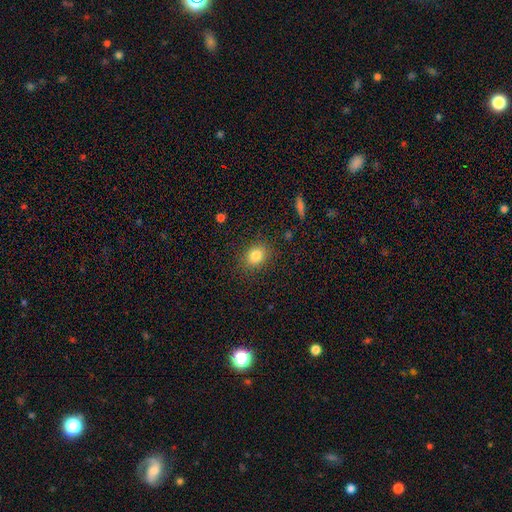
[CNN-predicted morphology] This is clearly a smooth galaxy (83%). How rounded: possibly round (50%). Merging: clearly none (86%).